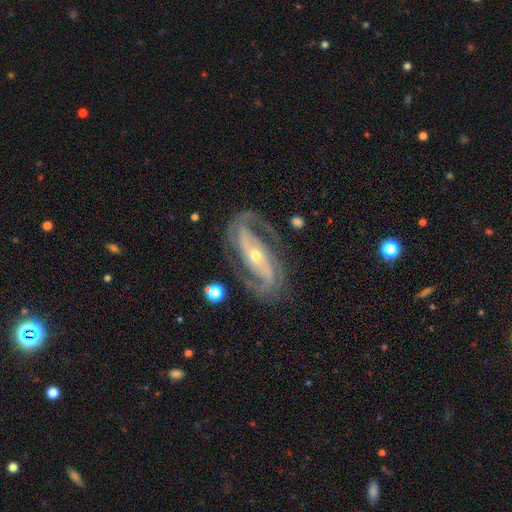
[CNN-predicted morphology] A featured or disk galaxy (91%) with a strong bar (44%), 2 (91%) medium (51%) spiral arms (97%) and a small central bulge (63%).

Vote fractions:
- Smooth or featured? featured or disk: 91% / star or artifact: 5% / smooth: 4%
- Edge-on disk? no: 95% / yes: 5%
- Bar? strong: 44% / no: 32% / weak: 24%
- Spiral arms? yes: 97% / no: 3%
- Spiral winding? medium: 51% / tight: 32% / loose: 17%
- Spiral arm count? 2: 91% / can't tell: 3% / 3: 2% / 1: 2% / 4: 1% / more than 4: 1%
- Bulge size? small: 63% / moderate: 34% / large: 2% / dominant: 1% / none: 1%
- Merging? none: 77% / minor disturbance: 14% / major disturbance: 7% / merger: 2%